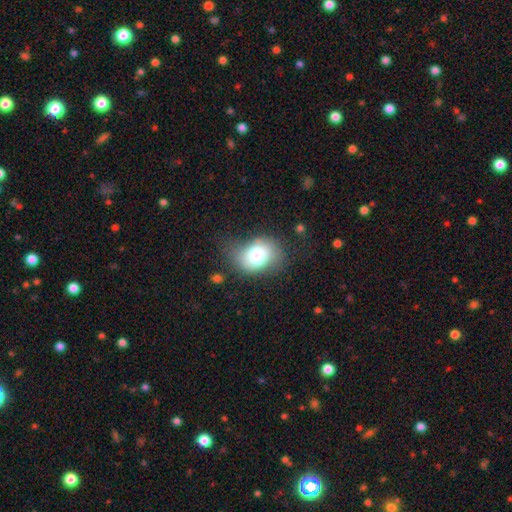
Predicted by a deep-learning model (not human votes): Overall: smooth (73%). How rounded: in between (64%; round 35%). Merging: none (51%; minor disturbance 30%).